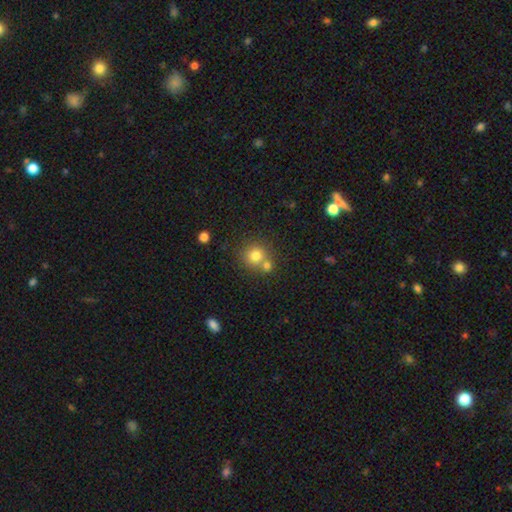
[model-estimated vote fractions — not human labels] Smooth or featured: smooth — 79% (star or artifact — 12%)
How rounded: round — 89% (in between — 10%)
Merging: none — 59% (merger — 30%)